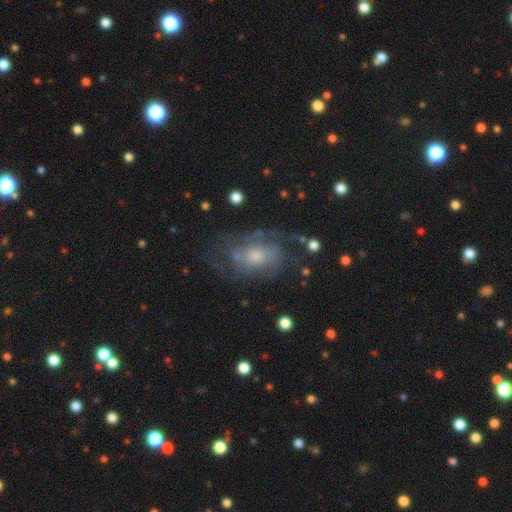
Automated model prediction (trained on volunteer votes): This is likely a featured or disk galaxy (63%). It is clearly not viewed edge-on (95%). Bar: likely no (75%). Spiral arm pattern: likely yes (72%). Central bulge: possibly moderate (48%). Merging: likely none (62%).